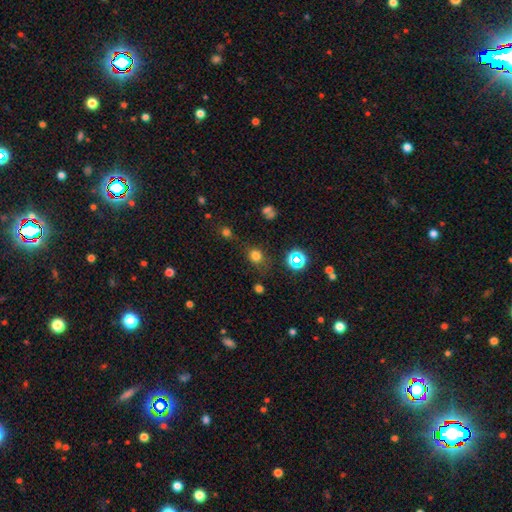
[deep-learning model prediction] smooth_or_featured: smooth (p=0.73) [alt: star or artifact p=0.20]
how_rounded: round (p=0.73) [alt: in between p=0.25]
merging: none (p=0.70) [alt: minor disturbance p=0.17]